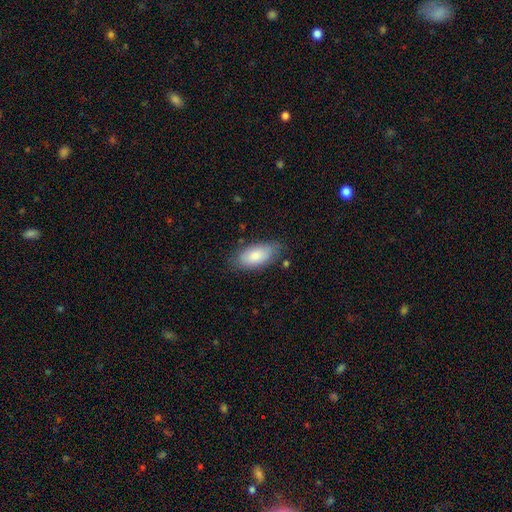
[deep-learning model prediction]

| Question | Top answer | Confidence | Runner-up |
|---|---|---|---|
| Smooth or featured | smooth | 82% | featured or disk (12%) |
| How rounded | in between | 91% | cigar-shaped (6%) |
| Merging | none | 76% | minor disturbance (18%) |